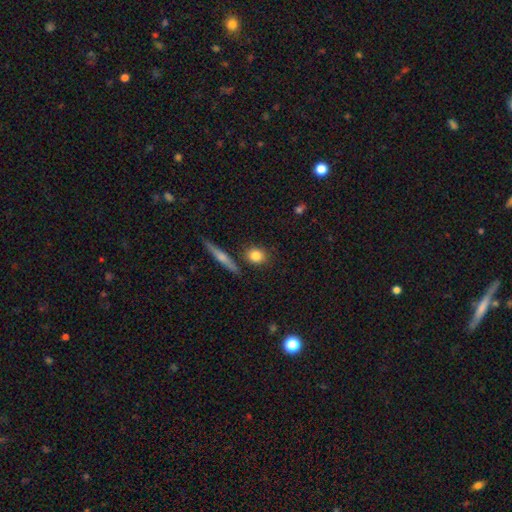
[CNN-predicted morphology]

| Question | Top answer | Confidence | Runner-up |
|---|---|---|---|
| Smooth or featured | smooth | 82% | featured or disk (10%) |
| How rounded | round | 69% | in between (25%) |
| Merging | none | 81% | minor disturbance (10%) |